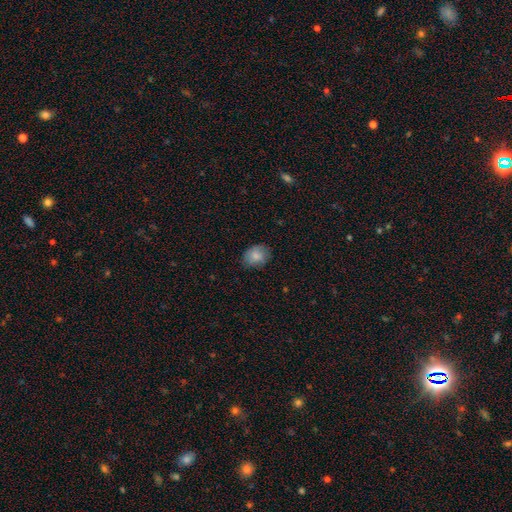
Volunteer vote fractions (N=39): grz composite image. It shows a smooth galaxy with no disk features (79%) that is in between round and cigar-shaped (55%). Merging: none (69%).